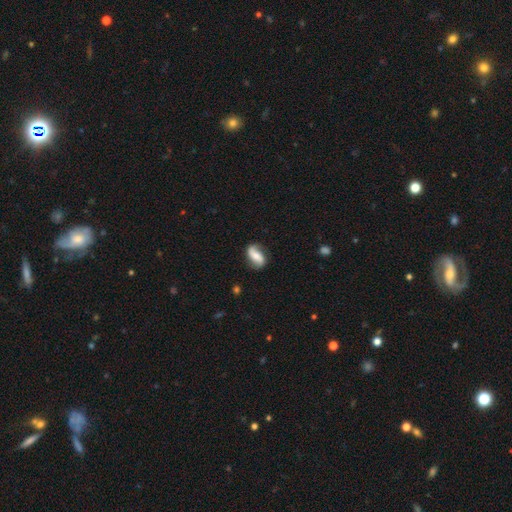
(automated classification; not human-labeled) The model was most divided on "bar": no: 42%, weak: 33%, strong: 25%. Remaining: edge-on disk — no (95%); spiral arms — yes (91%); spiral arm count — 2 (90%); merging — none (76%); spiral winding — loose (65%); smooth or featured — featured or disk (64%); bulge size — moderate (47%).